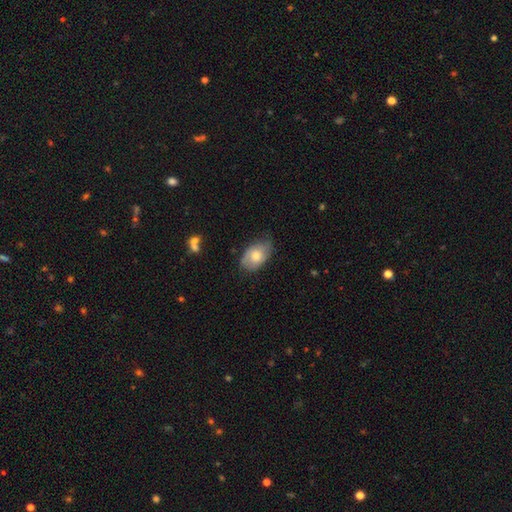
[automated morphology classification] Smooth or featured? smooth (68%)
How rounded? in between (89%)
Merging? none (62%)